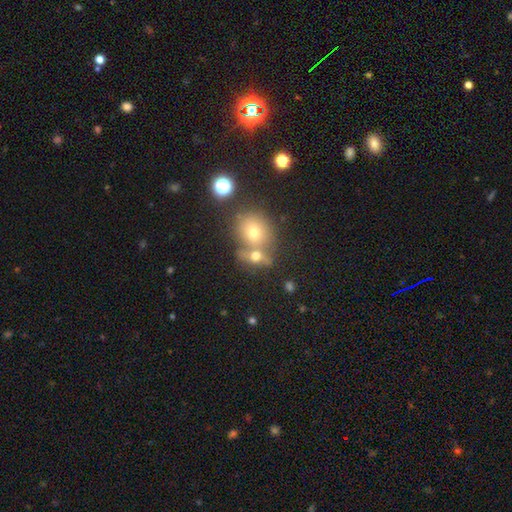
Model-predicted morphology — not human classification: smooth-or-featured: smooth: 63% | featured or disk: 20% | star or artifact: 16%
  how-rounded: round: 54% | in between: 42% | cigar-shaped: 4%
  merging: merger: 48% | none: 38% | minor disturbance: 9% | major disturbance: 5%